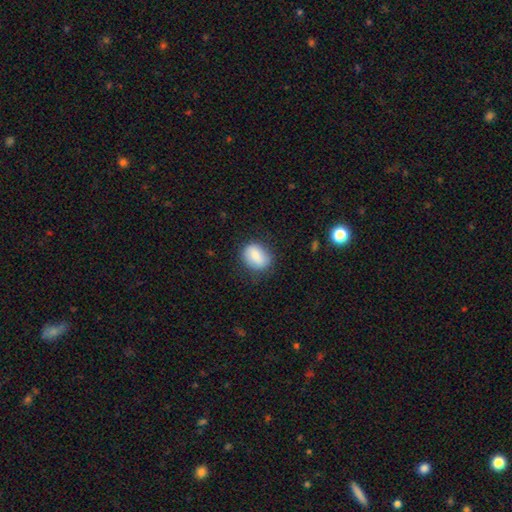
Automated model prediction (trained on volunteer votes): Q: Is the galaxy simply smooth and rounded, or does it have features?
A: smooth — 79%.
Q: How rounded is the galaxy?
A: in between — 59%.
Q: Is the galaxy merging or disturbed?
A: none — 75%.